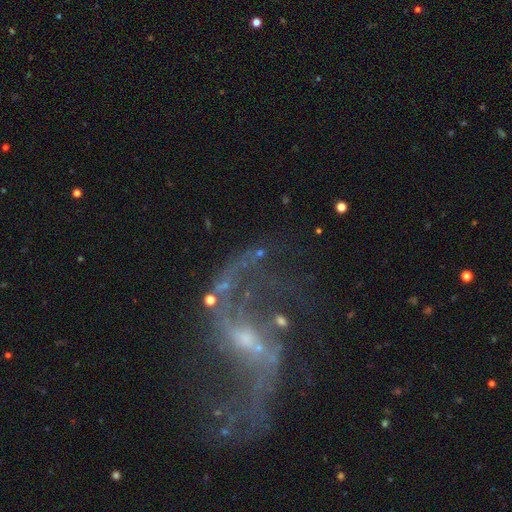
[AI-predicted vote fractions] Smooth or featured? featured or disk (85%)
Edge-on disk? no (97%)
Bar? weak (43%)
Spiral arms? yes (89%)
Spiral winding? loose (82%)
Spiral arm count? 2 (84%)
Bulge size? small (61%)
Merging? none (53%)